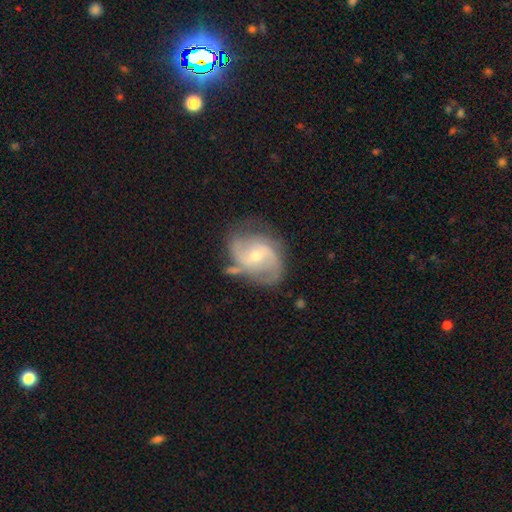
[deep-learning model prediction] A featured or disk galaxy (84%) with no bar (49%), 2 (71%) medium (50%) spiral arms (95%) and a small central bulge (55%). Merging: none (61%).